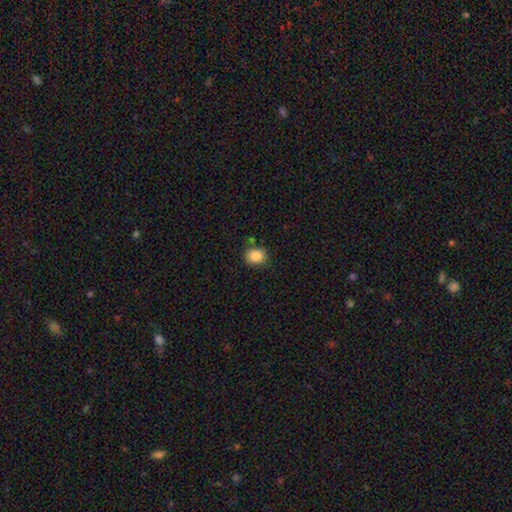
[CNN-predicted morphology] Smooth or featured?
  - smooth: 87% *
  - star or artifact: 10%
  - featured or disk: 4%
How rounded?
  - round: 67% *
  - in between: 32%
  - cigar-shaped: 1%
Merging?
  - none: 79% *
  - minor disturbance: 14%
  - merger: 4%
  - major disturbance: 3%